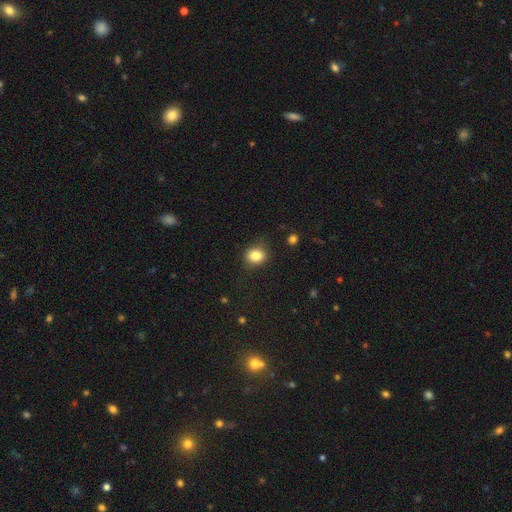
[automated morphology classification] Smooth or featured? smooth (84%)
How rounded? round (66%)
Merging? none (82%)